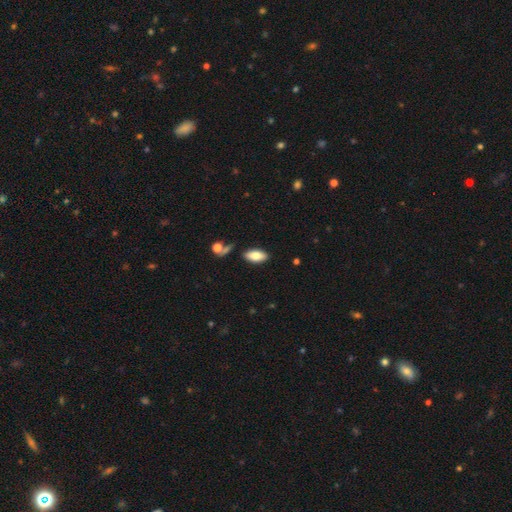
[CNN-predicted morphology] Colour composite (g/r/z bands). It shows a smooth galaxy with no disk features (81%) that is in between round and cigar-shaped (89%). Merging: none (82%).